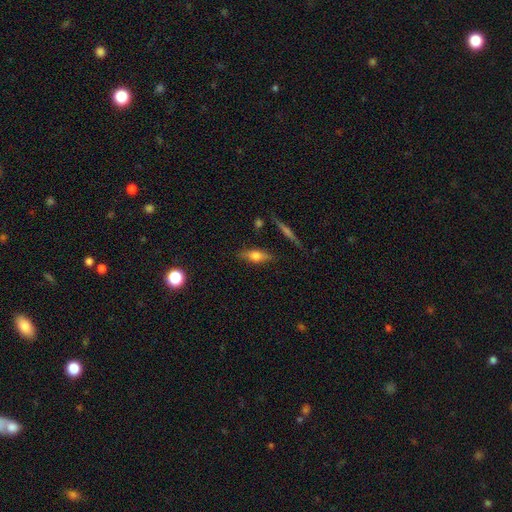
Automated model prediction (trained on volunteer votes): This appears to be a smooth galaxy with no disk features (57%) that is in between round and cigar-shaped (58%). Merging: none (81%).